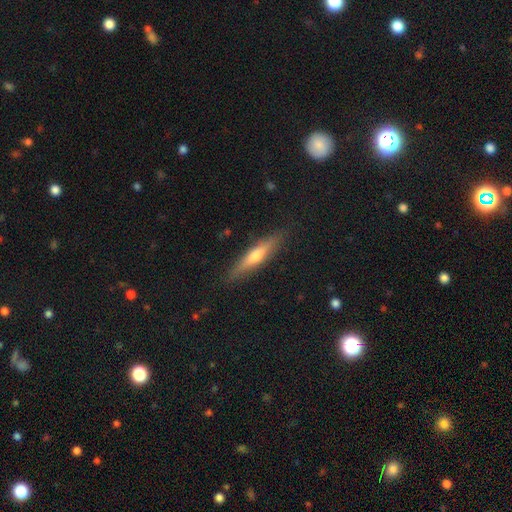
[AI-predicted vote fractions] Morphology: type=featured or disk (51%); edge-on=yes (93%); merging=none (87%).